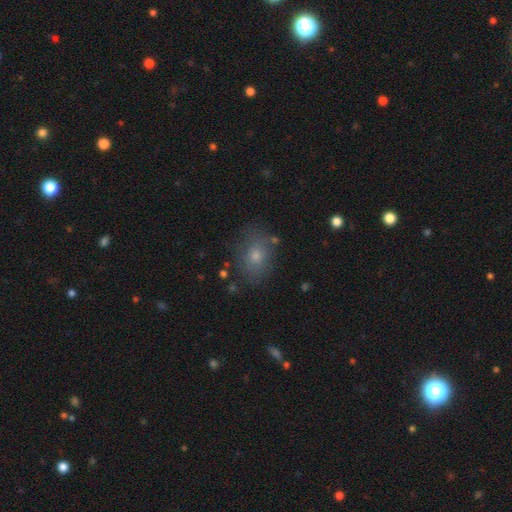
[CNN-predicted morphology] Overall: smooth (72%). How rounded: in between (61%; round 37%). Merging: none (75%).